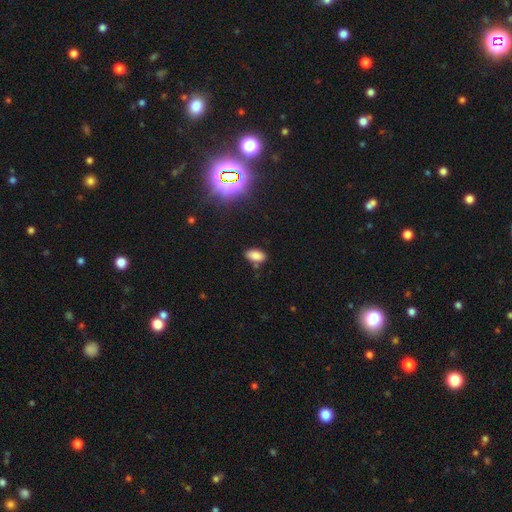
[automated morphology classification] Overall: smooth (82%). How rounded: in between (93%). Merging: none (77%).